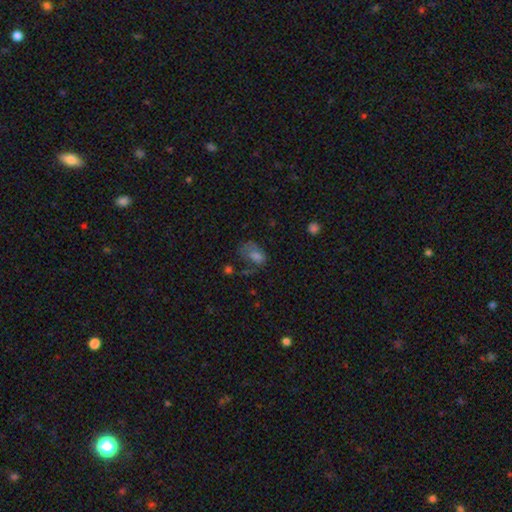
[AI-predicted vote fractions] Morphology: type=smooth (58%); roundness=in between (82%); merging=major disturbance (37%).